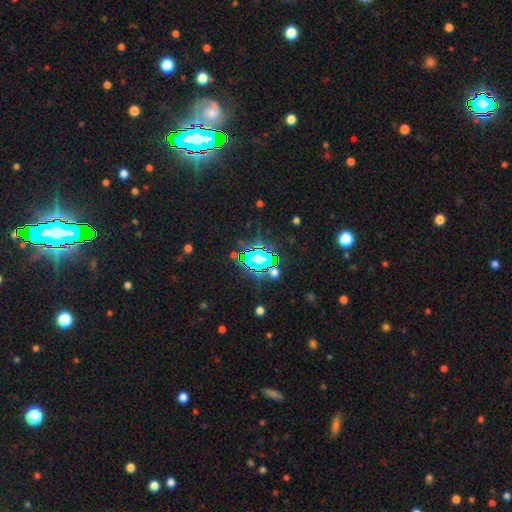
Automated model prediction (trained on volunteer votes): Q: Smooth or featured?
A: star or artifact (62%); runner-up: smooth (24%)